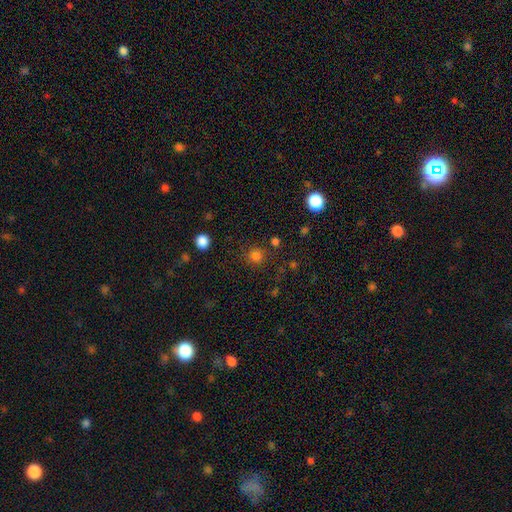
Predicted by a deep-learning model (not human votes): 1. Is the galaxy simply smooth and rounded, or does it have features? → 78% smooth, 18% star or artifact, 5% featured or disk.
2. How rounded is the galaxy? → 88% round, 11% in between, 1% cigar-shaped.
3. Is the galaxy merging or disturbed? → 81% none, 10% minor disturbance, 5% major disturbance, 5% merger.